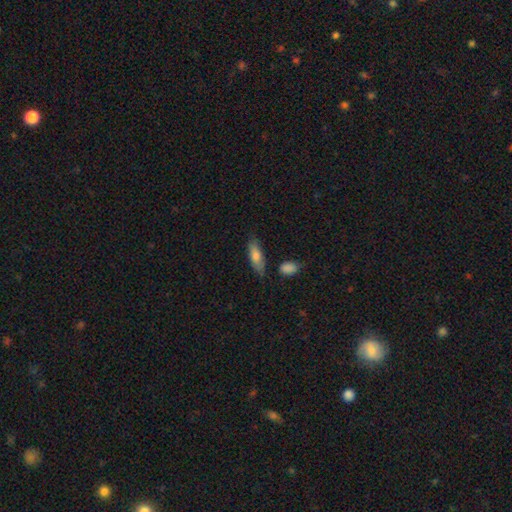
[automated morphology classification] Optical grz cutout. It shows a smooth galaxy with no disk features (75%) that is in between round and cigar-shaped (59%). Merging: none (77%).